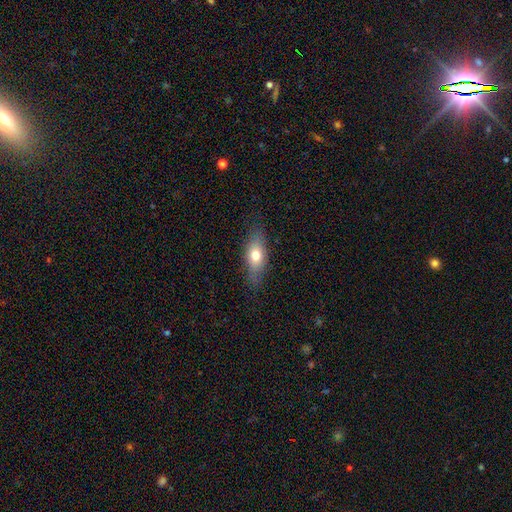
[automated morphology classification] smooth_or_featured: smooth (p=0.68) [alt: featured or disk p=0.25]
how_rounded: in between (p=0.72) [alt: cigar-shaped p=0.22]
merging: none (p=0.80) [alt: minor disturbance p=0.15]